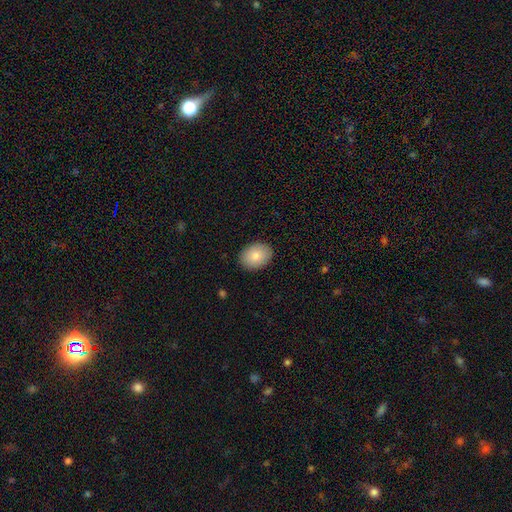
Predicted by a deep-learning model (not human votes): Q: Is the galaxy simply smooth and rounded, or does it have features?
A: smooth — 83%.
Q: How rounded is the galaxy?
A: in between — 64%.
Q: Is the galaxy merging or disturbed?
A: none — 89%.